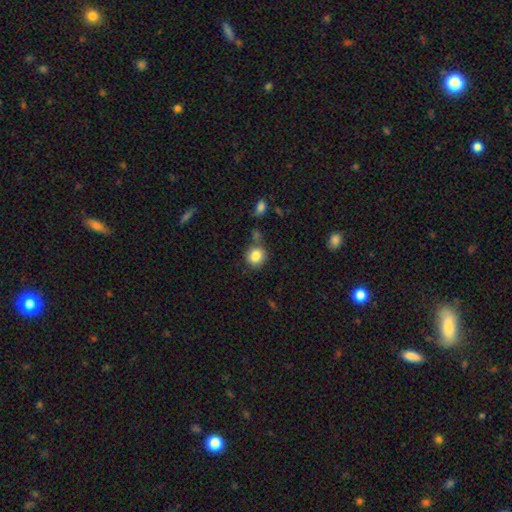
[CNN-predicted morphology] Smooth or featured: smooth — 85% (star or artifact — 9%)
How rounded: round — 84% (in between — 15%)
Merging: none — 70% (minor disturbance — 14%)